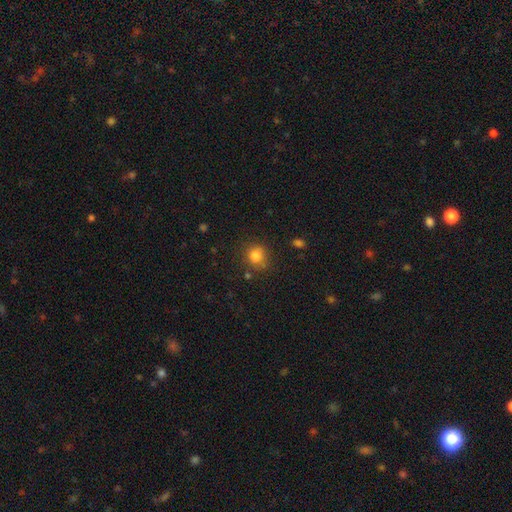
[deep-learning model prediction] This appears to be a smooth galaxy with no disk features (82%) that is round (88%). Merging: none (79%).